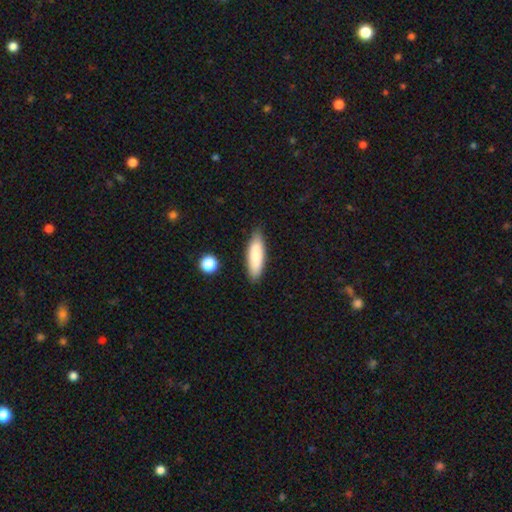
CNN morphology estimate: A smooth galaxy with no disk features (83%) that is cigar-shaped (52%). Merging: none (84%).